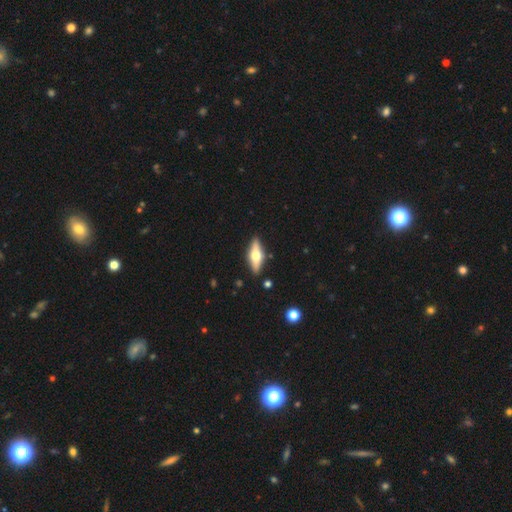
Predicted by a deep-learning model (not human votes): Overall: featured or disk (57%; smooth 37%). Edge-on disk: yes (92%). Edge-on bulge: rounded (95%). Merging: none (88%).